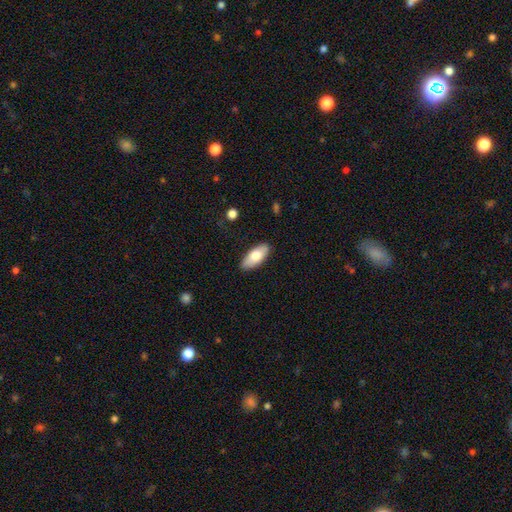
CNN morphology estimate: Q: Smooth or featured?
A: smooth (75%); runner-up: featured or disk (19%)
Q: How rounded?
A: in between (85%); runner-up: cigar-shaped (13%)
Q: Merging?
A: none (87%); runner-up: minor disturbance (10%)